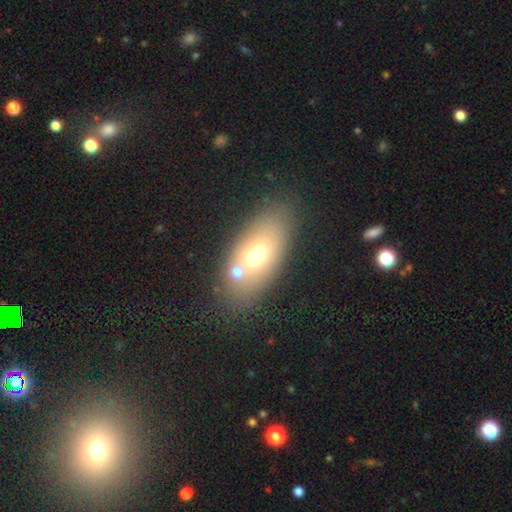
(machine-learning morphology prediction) smooth-or-featured: smooth: 63% | featured or disk: 24% | star or artifact: 13%
  how-rounded: in between: 85% | round: 10% | cigar-shaped: 6%
  merging: none: 70% | merger: 13% | minor disturbance: 11% | major disturbance: 6%